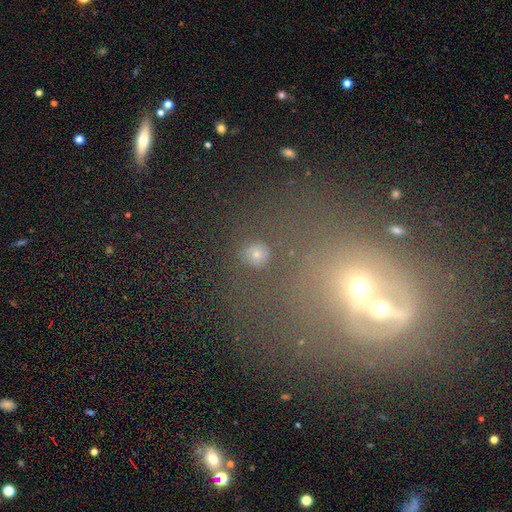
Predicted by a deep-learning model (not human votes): smooth-or-featured: smooth: 62% | star or artifact: 28% | featured or disk: 10%
  how-rounded: round: 84% | in between: 14% | cigar-shaped: 2%
  merging: none: 78% | merger: 9% | minor disturbance: 8% | major disturbance: 5%